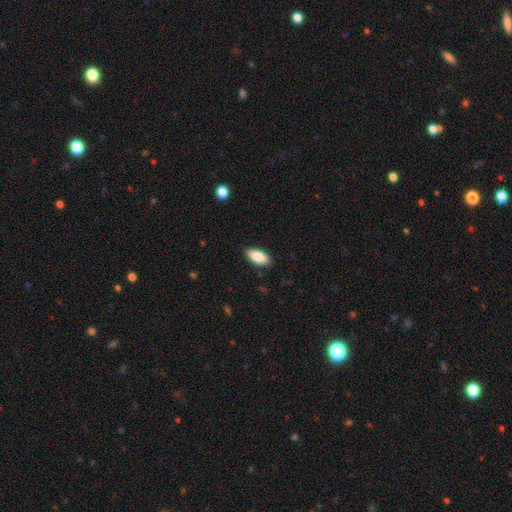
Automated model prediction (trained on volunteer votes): A smooth galaxy with no disk features (87%) that is in between round and cigar-shaped (92%).

Vote fractions:
- Smooth or featured? smooth: 87% / featured or disk: 7% / star or artifact: 6%
- How rounded? in between: 92% / cigar-shaped: 6% / round: 2%
- Merging? none: 87% / minor disturbance: 10% / major disturbance: 2% / merger: 1%